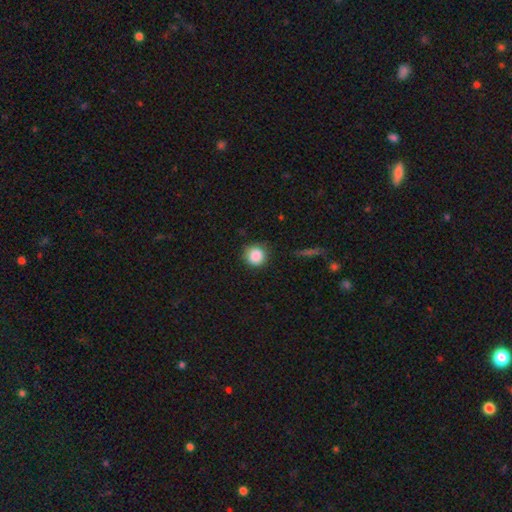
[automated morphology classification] smooth_or_featured: smooth (p=0.87) [alt: star or artifact p=0.09]
how_rounded: round (p=0.92) [alt: in between p=0.07]
merging: none (p=0.84) [alt: minor disturbance p=0.11]